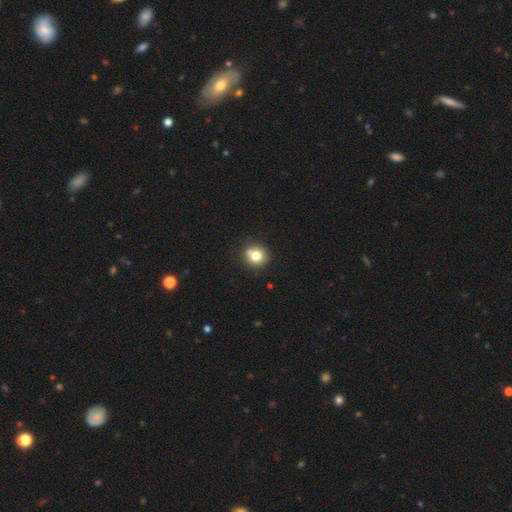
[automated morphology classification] type=smooth (75%); roundness=round (87%); merging=none (72%).